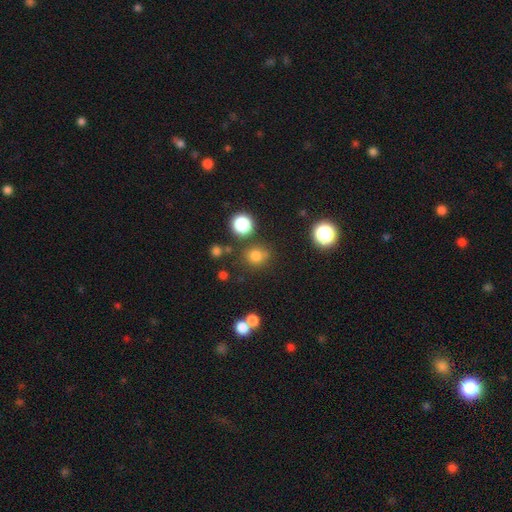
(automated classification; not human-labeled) This appears to be a smooth galaxy with no disk features (75%) that is round (84%). Merging: none (76%).